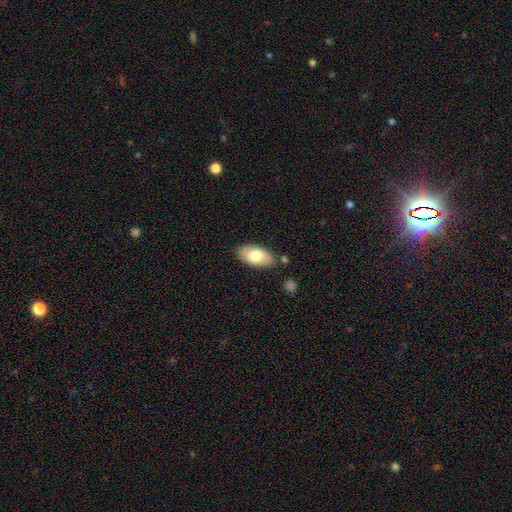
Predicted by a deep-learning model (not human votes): smooth-or-featured: smooth: 75% | featured or disk: 19% | star or artifact: 6%
  how-rounded: in between: 94% | cigar-shaped: 3% | round: 3%
  merging: none: 82% | minor disturbance: 12% | merger: 4% | major disturbance: 3%